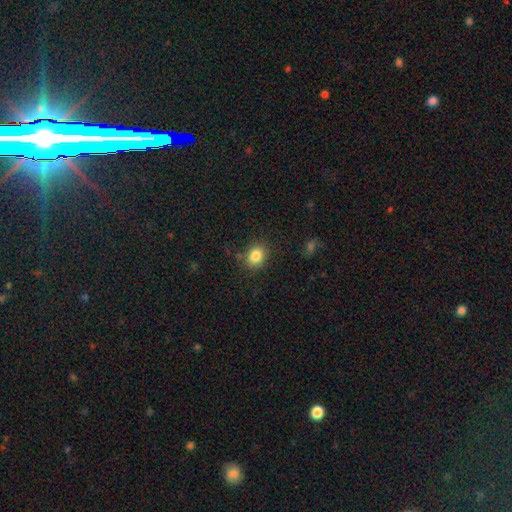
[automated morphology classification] The model was most divided on "how rounded": round: 55%, in between: 44%, cigar-shaped: 1%. More confident: smooth or featured — smooth (84%); merging — none (84%).